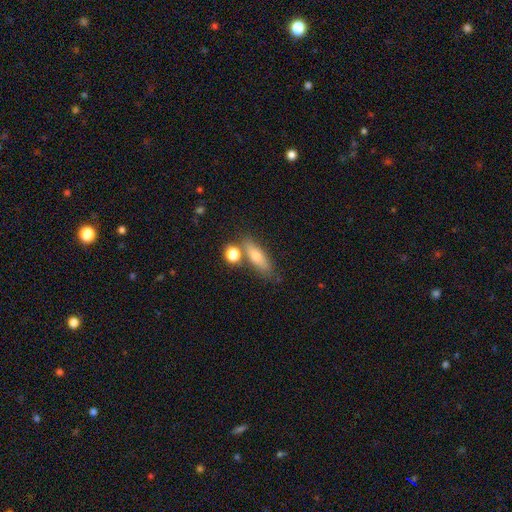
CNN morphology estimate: This is likely a smooth galaxy (66%). How rounded: possibly cigar-shaped (48%). Merging: likely none (66%).